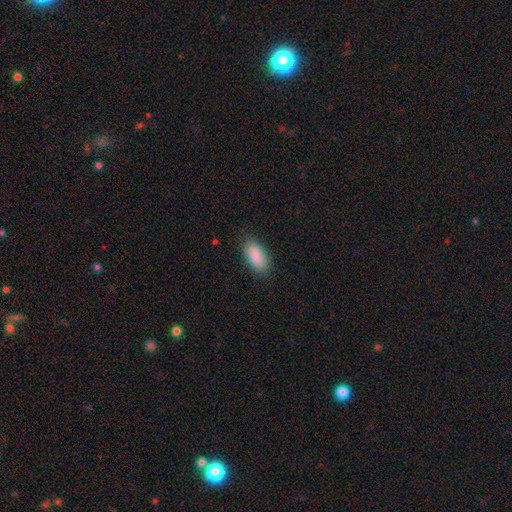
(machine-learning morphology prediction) Overall: smooth (89%). How rounded: in between (91%). Merging: none (83%).